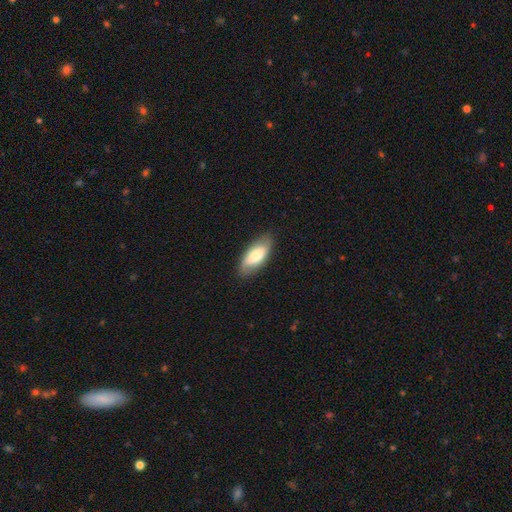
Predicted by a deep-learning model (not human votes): Overall: smooth (74%). How rounded: in between (85%). Merging: none (82%).